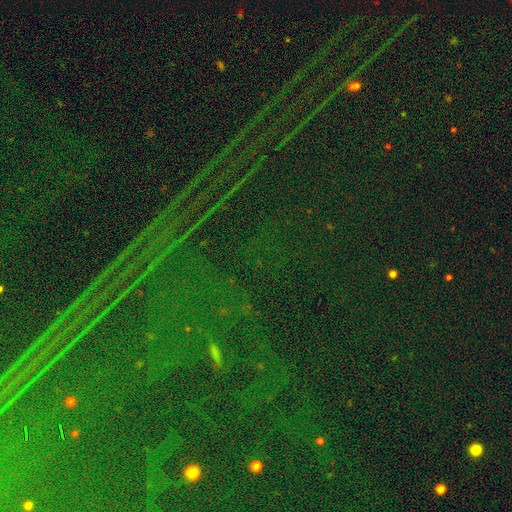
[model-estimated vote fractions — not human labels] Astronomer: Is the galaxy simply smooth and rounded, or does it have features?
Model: star or artifact — 87%.